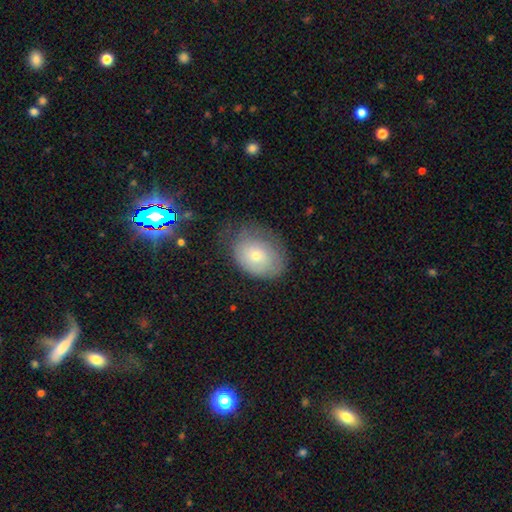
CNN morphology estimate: Smooth or featured: smooth — 62% (featured or disk — 27%)
How rounded: in between — 66% (round — 33%)
Merging: none — 58% (minor disturbance — 28%)